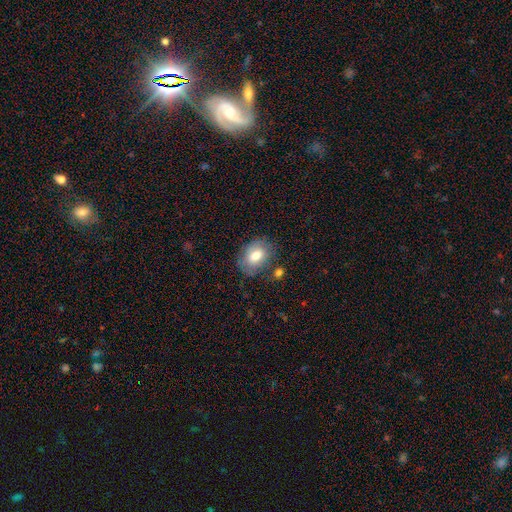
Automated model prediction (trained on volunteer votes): Smooth or featured? Predicted: smooth (p=0.72). How rounded? Predicted: in between (p=0.67). Merging? Predicted: none (p=0.73).